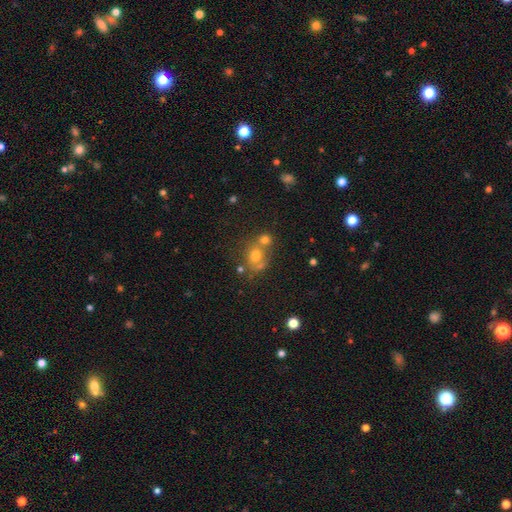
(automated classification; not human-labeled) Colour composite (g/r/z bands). It shows a smooth galaxy with no disk features (63%) that is round (79%). Merging: none (46%).